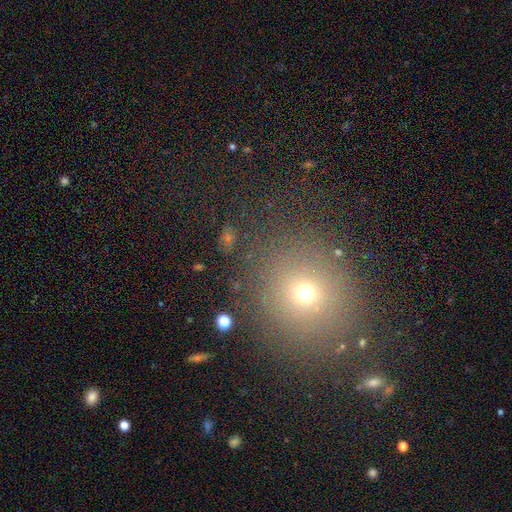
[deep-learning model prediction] A smooth galaxy with no disk features (59%) that is round (78%). Merging: none (84%).